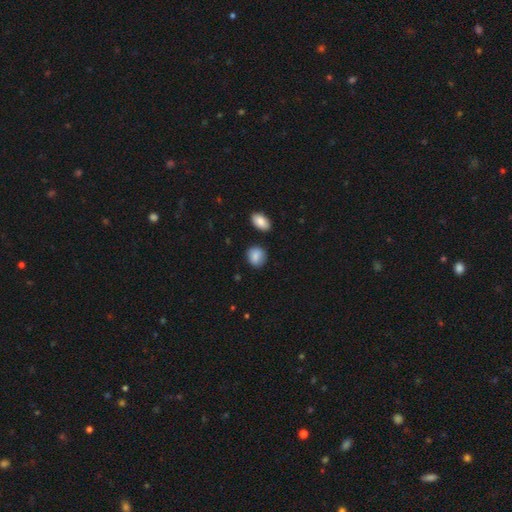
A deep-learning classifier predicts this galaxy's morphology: smooth-or-featured: smooth: 87% | star or artifact: 7% | featured or disk: 6%
  how-rounded: round: 64% | in between: 34% | cigar-shaped: 2%
  merging: none: 82% | minor disturbance: 12% | merger: 3% | major disturbance: 3%